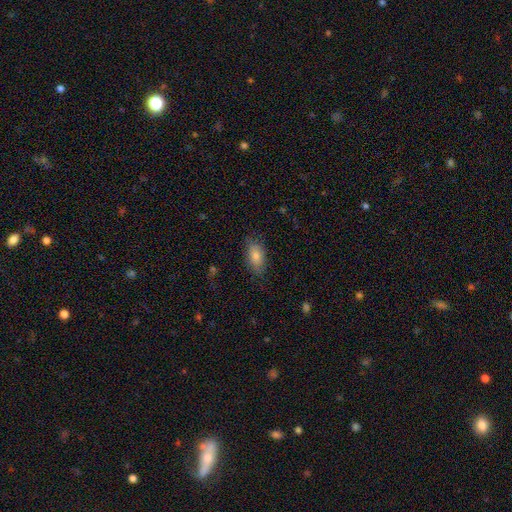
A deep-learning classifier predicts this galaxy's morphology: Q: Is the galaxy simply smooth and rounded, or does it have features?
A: smooth — 74%.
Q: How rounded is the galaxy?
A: in between — 89%.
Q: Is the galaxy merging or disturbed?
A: none — 78%.